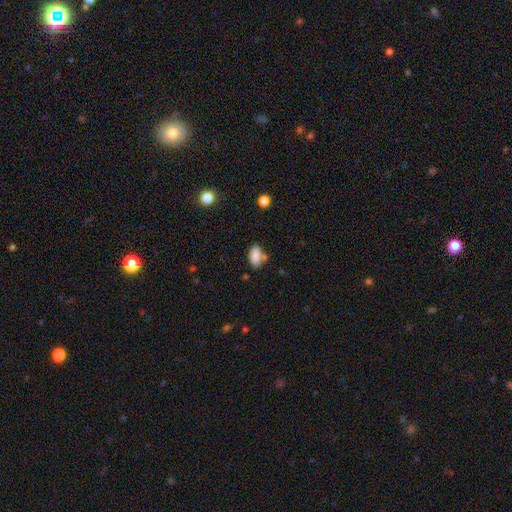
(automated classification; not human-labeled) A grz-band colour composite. It shows a smooth galaxy with no disk features (86%) that is in between round and cigar-shaped (92%). Merging: none (66%).